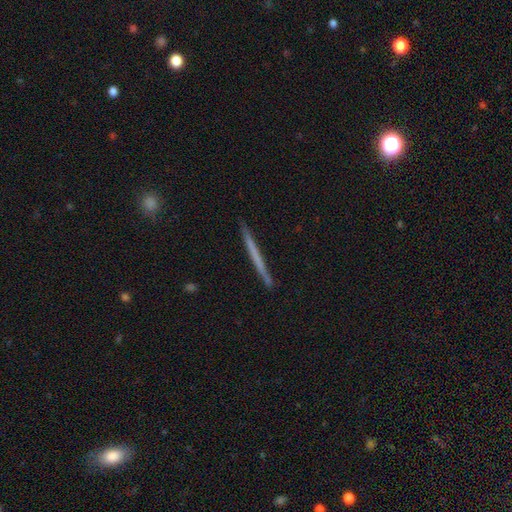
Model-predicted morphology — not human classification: smooth_or_featured: smooth (p=0.47) [tied with: featured or disk p=0.47]
merging: none (p=0.91) [alt: minor disturbance p=0.06]